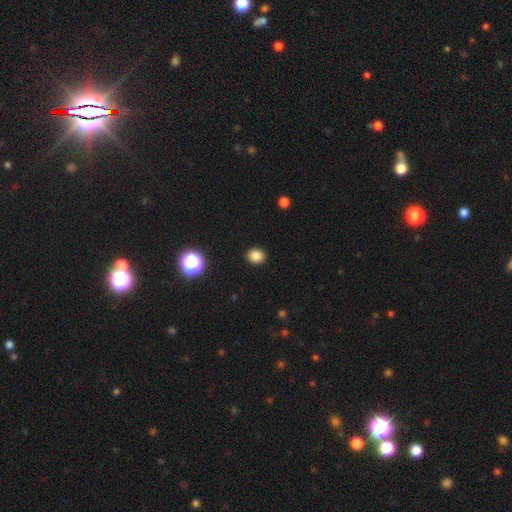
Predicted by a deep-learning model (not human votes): smooth 84%, star or artifact 12%, featured or disk 4%. Down the decision tree: how rounded — round (74%); merging — none (92%).